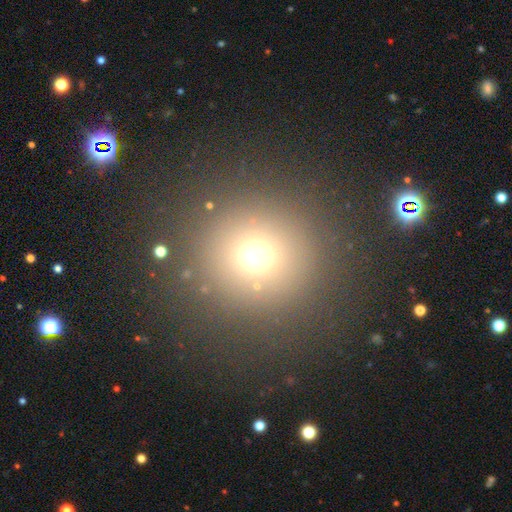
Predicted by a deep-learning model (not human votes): smooth-or-featured: smooth: 67% | star or artifact: 24% | featured or disk: 8%
  how-rounded: round: 94% | in between: 5% | cigar-shaped: 1%
  merging: none: 87% | minor disturbance: 6% | major disturbance: 4% | merger: 3%